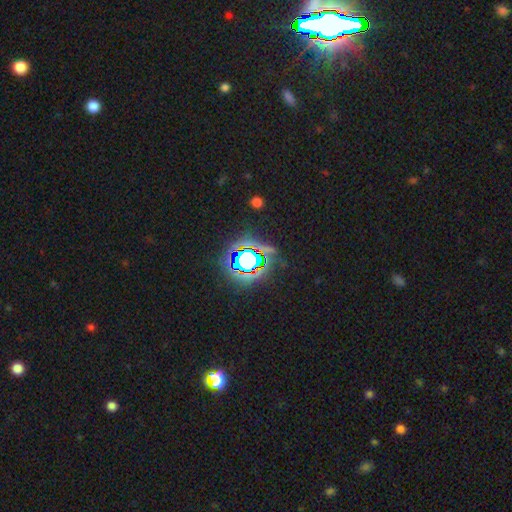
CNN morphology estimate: Smooth or featured? star or artifact (77%)